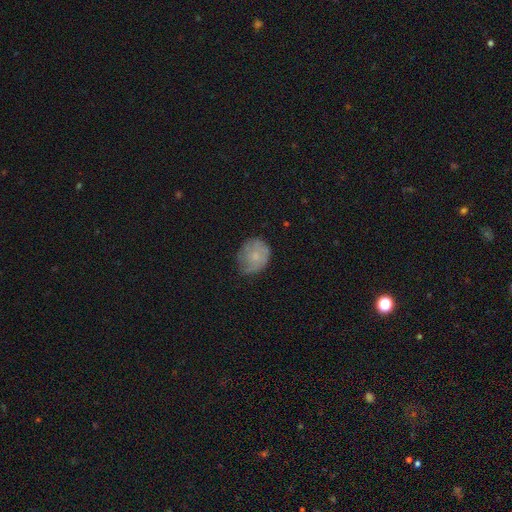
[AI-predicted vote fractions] A smooth galaxy with no disk features (56%) that is round (63%). Merging: none (63%).